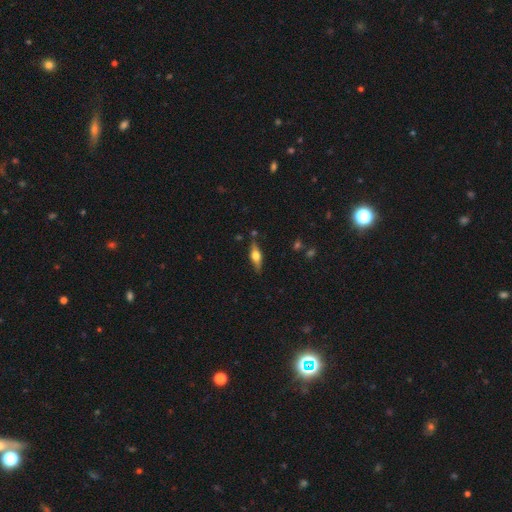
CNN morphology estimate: Smooth or featured: featured or disk — 59% (smooth — 34%)
Edge-on disk: yes — 93% (no — 7%)
Edge-on bulge: rounded — 93% (boxy — 5%)
Merging: none — 82% (minor disturbance — 12%)